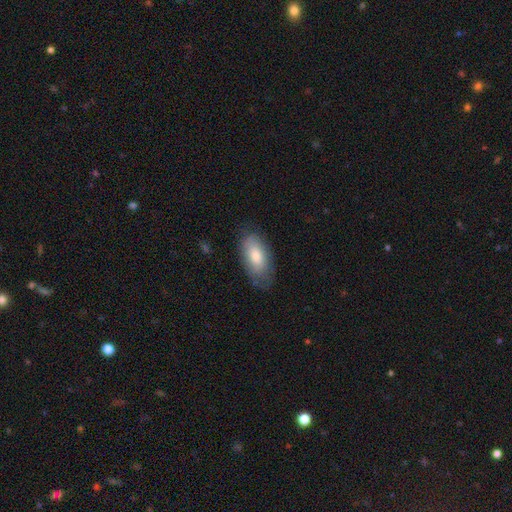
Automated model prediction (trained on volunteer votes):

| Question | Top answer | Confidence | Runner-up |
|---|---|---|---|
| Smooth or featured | smooth | 75% | featured or disk (19%) |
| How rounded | in between | 92% | cigar-shaped (5%) |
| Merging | none | 66% | minor disturbance (25%) |